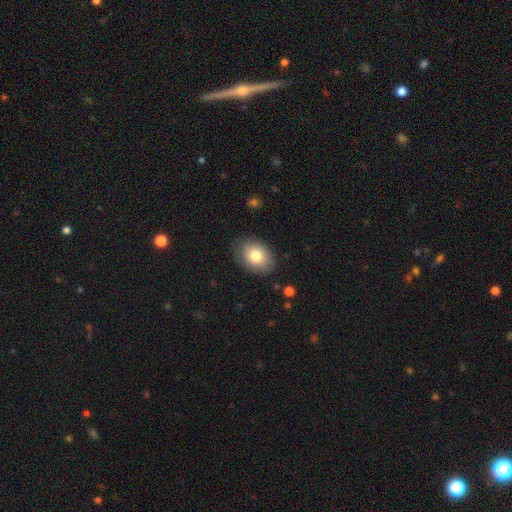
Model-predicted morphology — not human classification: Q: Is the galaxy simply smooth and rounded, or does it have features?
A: smooth — 80%.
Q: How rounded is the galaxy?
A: in between — 70%.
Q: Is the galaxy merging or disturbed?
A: none — 84%.